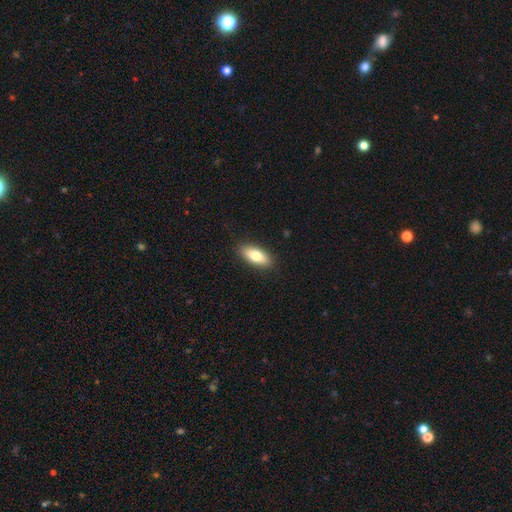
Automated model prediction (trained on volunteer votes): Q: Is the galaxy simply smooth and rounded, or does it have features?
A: smooth — 78%.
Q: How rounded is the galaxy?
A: in between — 82%.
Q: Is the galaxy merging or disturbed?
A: none — 89%.